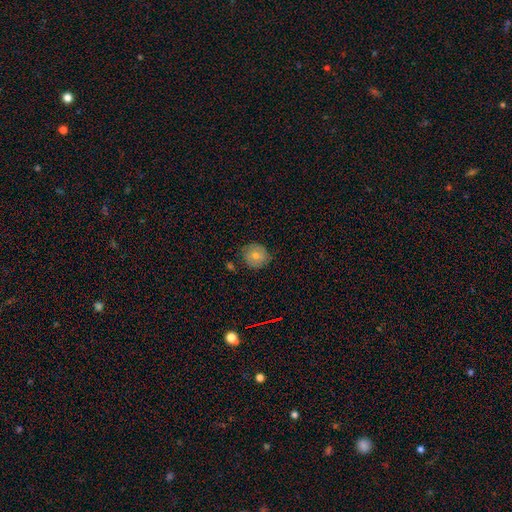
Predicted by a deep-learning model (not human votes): Smooth or featured? Predicted: smooth (p=0.70). How rounded? Predicted: round (p=0.87). Merging? Predicted: none (p=0.78).